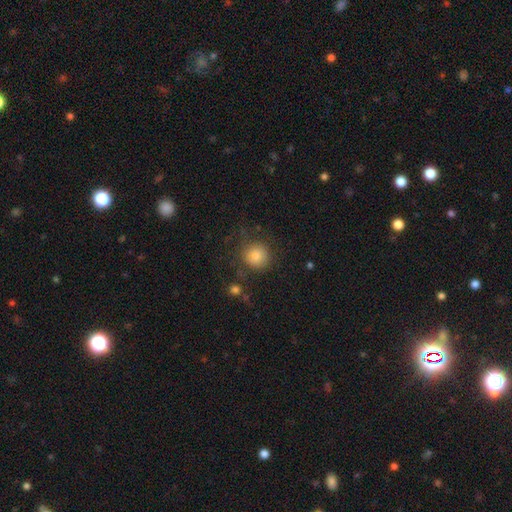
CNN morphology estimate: This appears to be a smooth galaxy with no disk features (80%) that is round (93%). Merging: none (76%).